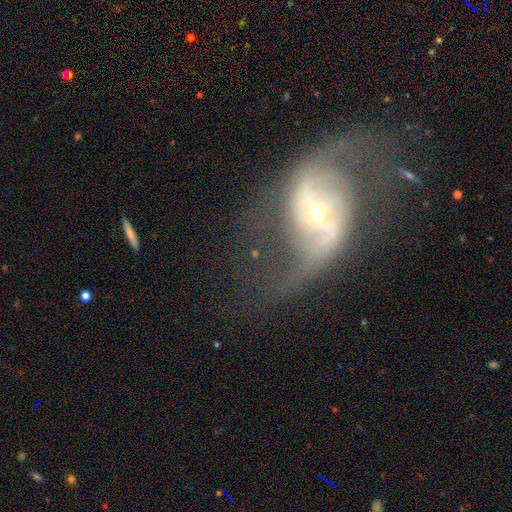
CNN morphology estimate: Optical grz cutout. It shows a featured or disk galaxy (88%) with no bar (35%, tied with weak), 2 (93%) loose (68%) spiral arms (95%) and a small central bulge (62%). Merging: none (66%).